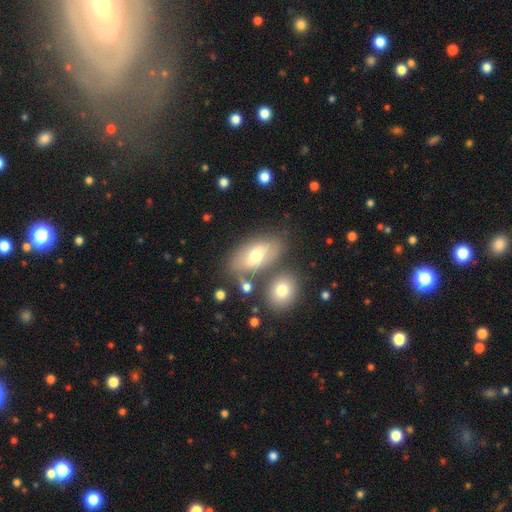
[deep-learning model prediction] Smooth or featured? Predicted: smooth (p=0.58). How rounded? Predicted: in between (p=0.88). Merging? Predicted: none (p=0.63).